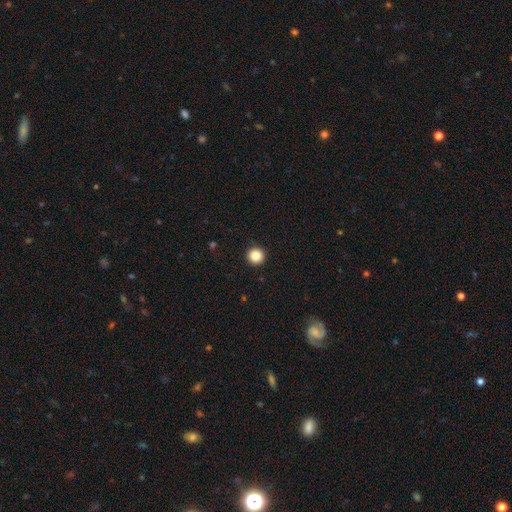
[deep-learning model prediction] A smooth galaxy with no disk features (85%) that is round (96%).

Vote fractions:
- Smooth or featured? smooth: 85% / star or artifact: 11% / featured or disk: 4%
- How rounded? round: 96% / in between: 3% / cigar-shaped: 1%
- Merging? none: 94% / minor disturbance: 4% / major disturbance: 1% / merger: 1%